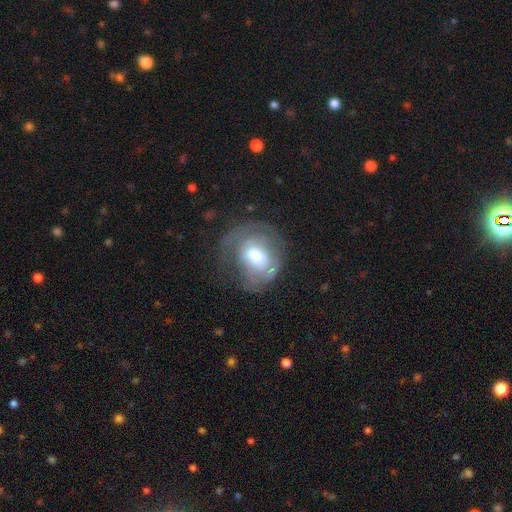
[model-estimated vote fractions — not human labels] Smooth or featured: featured or disk — 57% (smooth — 35%)
Edge-on disk: no — 96% (yes — 4%)
Bar: no — 49% (weak — 39%)
Spiral arms: yes — 60% (no — 40%)
Bulge size: moderate — 51% (large — 35%)
Merging: none — 46% (minor disturbance — 26%)